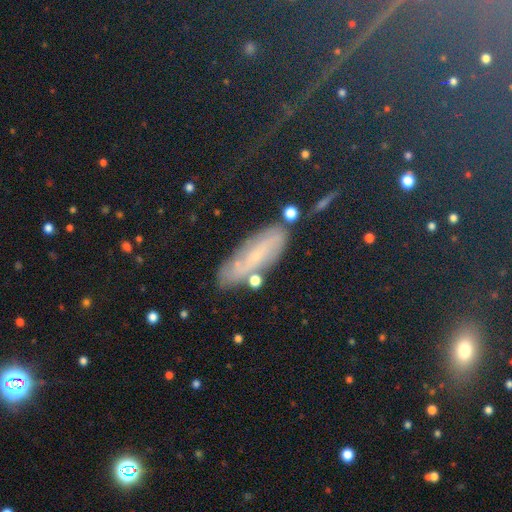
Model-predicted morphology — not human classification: smooth_or_featured: star or artifact (p=0.38) [alt: smooth p=0.35]